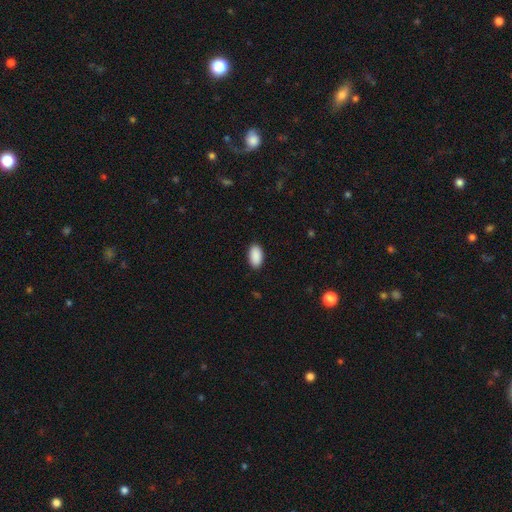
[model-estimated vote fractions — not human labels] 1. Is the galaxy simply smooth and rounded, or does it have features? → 91% smooth, 6% star or artifact, 2% featured or disk.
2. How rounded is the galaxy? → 95% in between, 3% round, 2% cigar-shaped.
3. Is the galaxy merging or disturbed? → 90% none, 8% minor disturbance, 2% major disturbance, 1% merger.